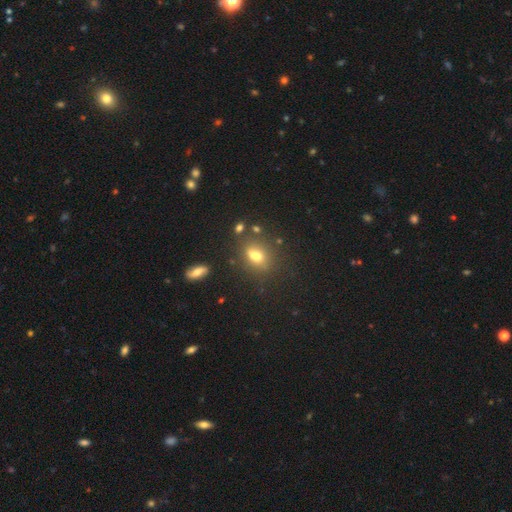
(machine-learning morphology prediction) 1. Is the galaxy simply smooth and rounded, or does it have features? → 70% smooth, 16% star or artifact, 14% featured or disk.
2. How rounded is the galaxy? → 69% in between, 26% round, 5% cigar-shaped.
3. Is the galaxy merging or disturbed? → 61% none, 16% minor disturbance, 16% merger, 7% major disturbance.